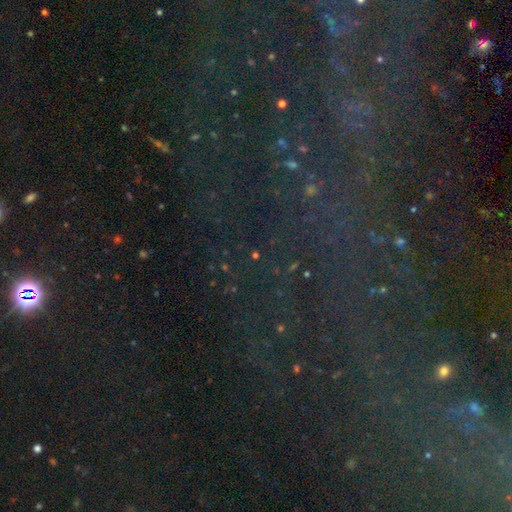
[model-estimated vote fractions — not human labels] A star or artifact, not a galaxy (75%).